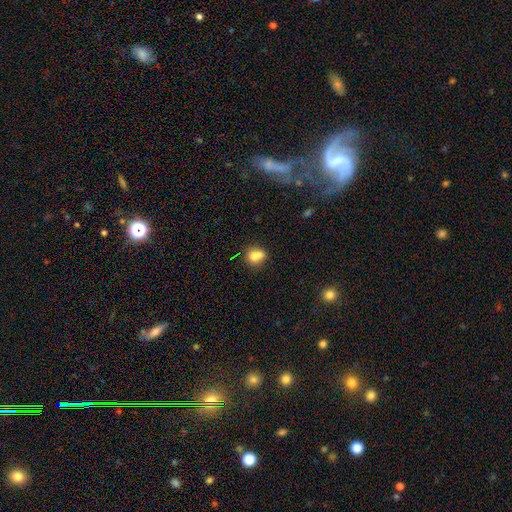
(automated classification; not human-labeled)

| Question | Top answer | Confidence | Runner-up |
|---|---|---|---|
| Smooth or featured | smooth | 75% | featured or disk (14%) |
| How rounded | round | 59% | in between (39%) |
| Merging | none | 42% | merger (38%) |